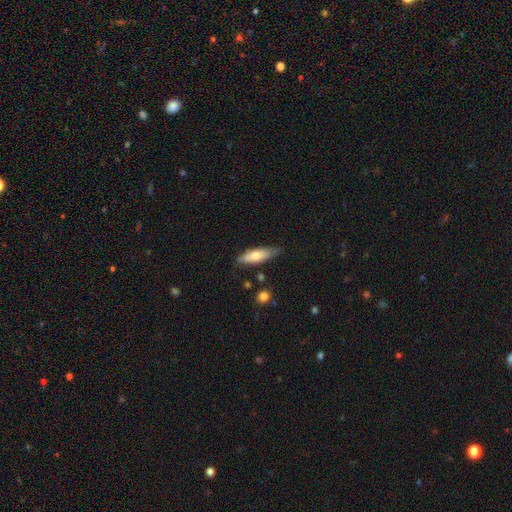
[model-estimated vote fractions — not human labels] Smooth or featured?
  - smooth: 71% *
  - featured or disk: 23%
  - star or artifact: 6%
How rounded?
  - cigar-shaped: 51% *
  - in between: 47%
  - round: 2%
Merging?
  - none: 74% *
  - minor disturbance: 20%
  - major disturbance: 3%
  - merger: 3%